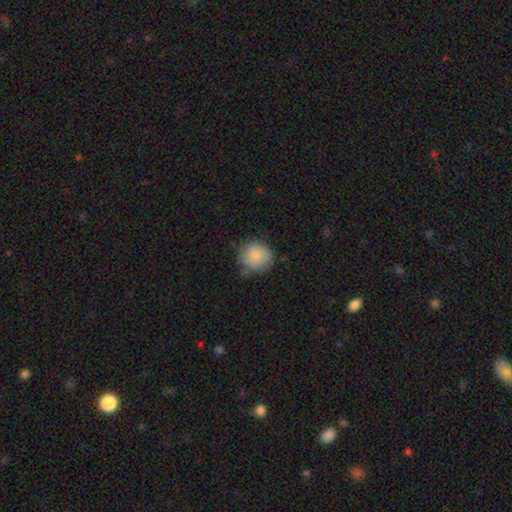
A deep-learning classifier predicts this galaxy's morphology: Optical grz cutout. It shows a smooth galaxy with no disk features (85%) that is round (87%). Merging: none (67%).